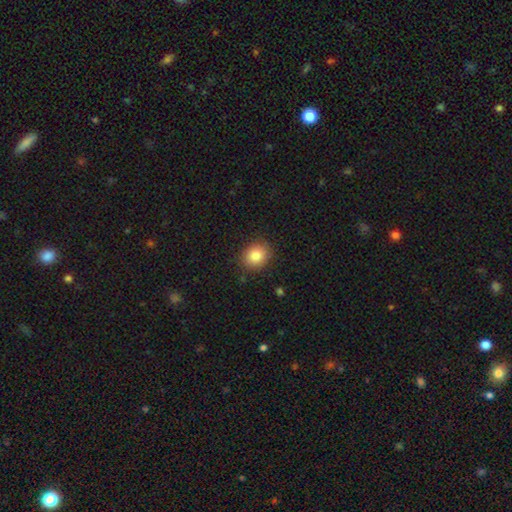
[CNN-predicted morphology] This is clearly a smooth galaxy (84%). How rounded: likely round (61%). Merging: clearly none (86%).